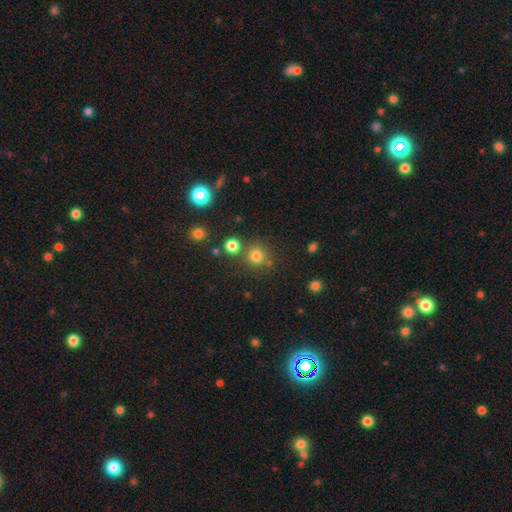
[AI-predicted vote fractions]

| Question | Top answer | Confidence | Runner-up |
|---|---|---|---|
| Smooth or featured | smooth | 78% | star or artifact (16%) |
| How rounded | round | 90% | in between (9%) |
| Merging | none | 72% | merger (15%) |